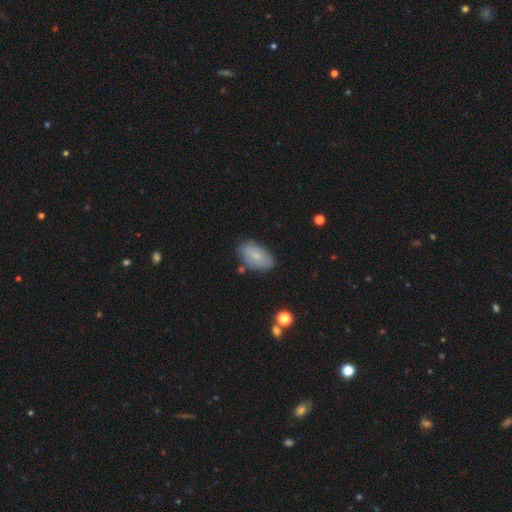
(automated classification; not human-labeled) The model was most divided on "smooth or featured": smooth: 69%, featured or disk: 24%, star or artifact: 7%. More confident: how rounded — in between (93%); merging — none (74%).